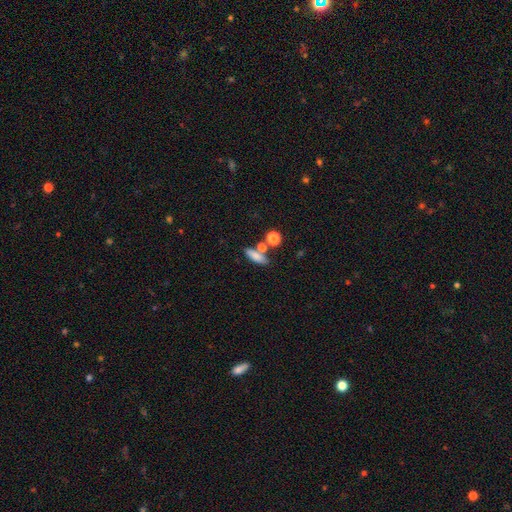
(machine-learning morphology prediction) smooth-or-featured: smooth: 79% | featured or disk: 11% | star or artifact: 10%
  how-rounded: in between: 49% | cigar-shaped: 41% | round: 10%
  merging: none: 63% | merger: 20% | minor disturbance: 13% | major disturbance: 5%